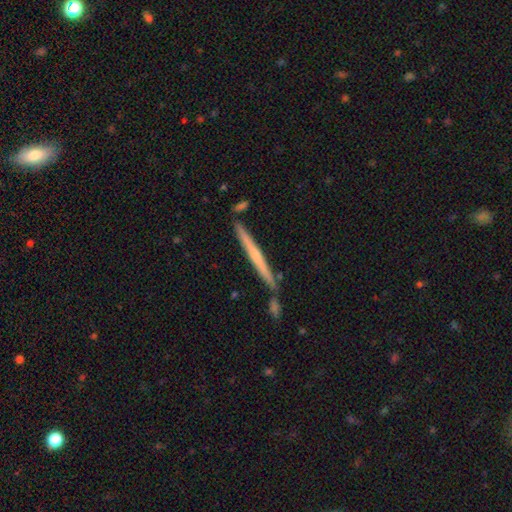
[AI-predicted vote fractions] The model was most divided on "smooth or featured": featured or disk: 55%, smooth: 39%, star or artifact: 6%. More confident: edge-on disk — yes (97%); merging — none (79%); edge-on bulge — none (62%).